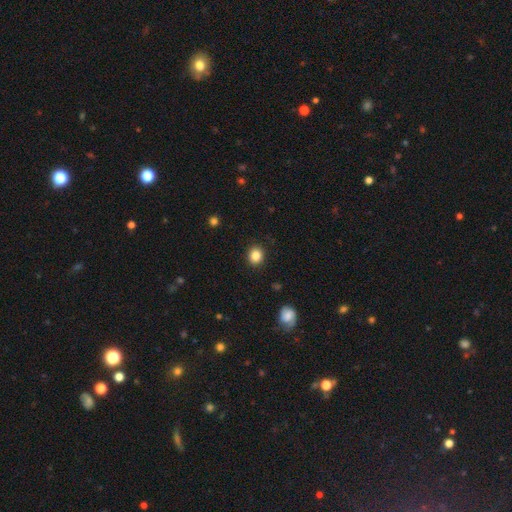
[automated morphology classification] smooth 86%, star or artifact 10%, featured or disk 4%. Down the decision tree: how rounded — round (76%); merging — none (91%).